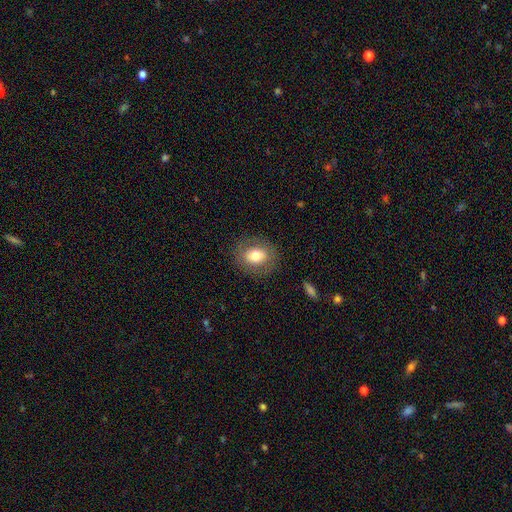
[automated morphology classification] smooth_or_featured: smooth (p=0.67) [alt: featured or disk p=0.25]
how_rounded: round (p=0.55) [alt: in between p=0.44]
merging: none (p=0.83) [alt: minor disturbance p=0.11]